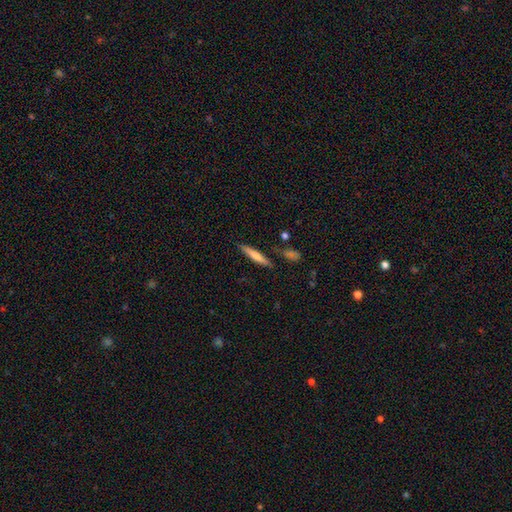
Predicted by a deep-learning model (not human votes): The model was most divided on "smooth or featured": smooth: 66%, featured or disk: 28%, star or artifact: 6%. More confident: how rounded — cigar-shaped (90%); merging — none (81%).